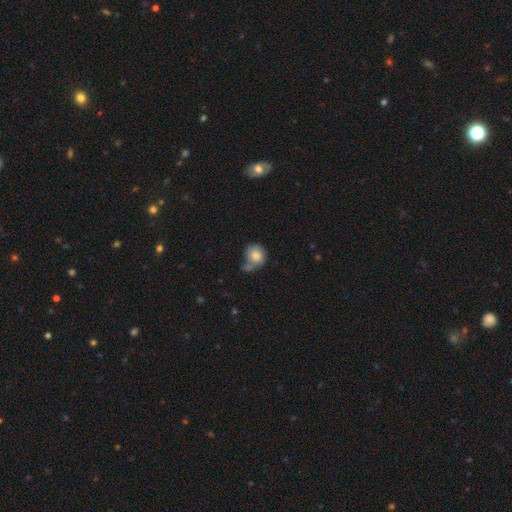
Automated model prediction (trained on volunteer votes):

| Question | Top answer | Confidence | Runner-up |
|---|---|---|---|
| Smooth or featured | smooth | 81% | featured or disk (11%) |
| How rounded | round | 71% | in between (28%) |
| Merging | none | 37% | merger (25%) |